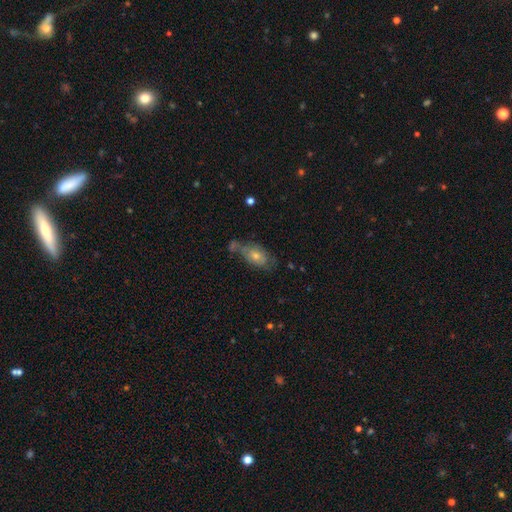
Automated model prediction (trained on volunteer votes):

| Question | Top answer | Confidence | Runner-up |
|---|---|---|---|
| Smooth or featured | smooth | 58% | featured or disk (34%) |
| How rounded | in between | 86% | round (9%) |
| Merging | none | 40% | minor disturbance (26%) |